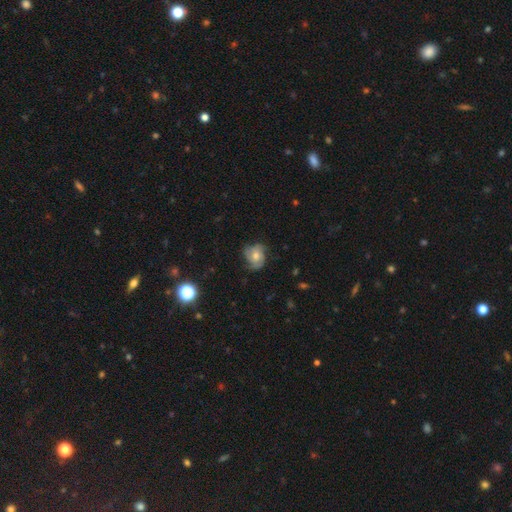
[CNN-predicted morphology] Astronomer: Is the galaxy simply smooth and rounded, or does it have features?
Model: featured or disk — 57% (runner-up: smooth, 33%).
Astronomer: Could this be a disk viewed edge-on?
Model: no — 97%.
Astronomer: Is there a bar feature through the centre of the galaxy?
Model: no — 80%.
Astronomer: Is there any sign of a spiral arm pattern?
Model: yes — 86%.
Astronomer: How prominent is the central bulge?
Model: moderate — 64%.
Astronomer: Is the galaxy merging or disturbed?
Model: none — 63%.